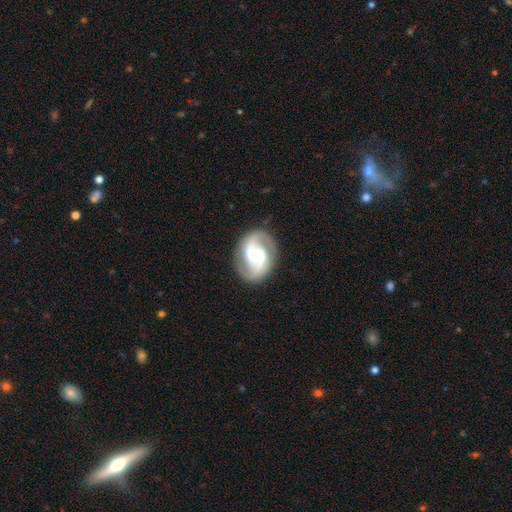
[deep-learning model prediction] A featured or disk galaxy (84%) with a weak bar (50%), 2 (90%) medium (51%) spiral arms (94%) and a moderate central bulge (40%). Merging: none (79%).